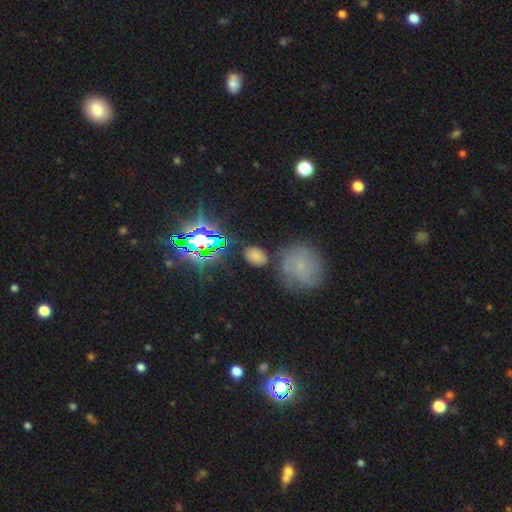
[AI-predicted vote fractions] This is likely a smooth galaxy (66%). How rounded: likely in between (78%). Merging: likely none (77%).